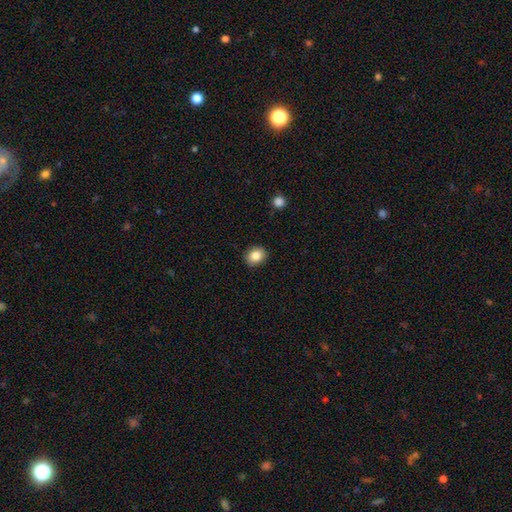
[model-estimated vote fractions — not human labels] This appears to be a smooth galaxy with no disk features (85%) that is round (55%). Merging: none (89%).